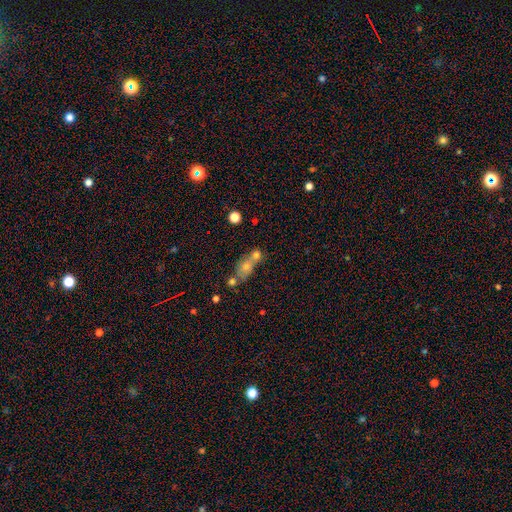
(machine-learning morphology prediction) smooth 65%, featured or disk 21%, star or artifact 13%. Down the decision tree: how rounded — in between (54%); merging — merger (54%).